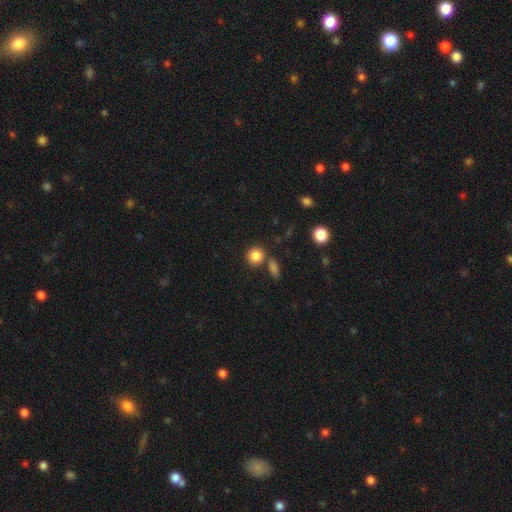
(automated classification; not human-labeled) Q: Smooth or featured?
A: smooth (85%); runner-up: star or artifact (10%)
Q: How rounded?
A: round (85%); runner-up: in between (14%)
Q: Merging?
A: none (71%); runner-up: merger (15%)